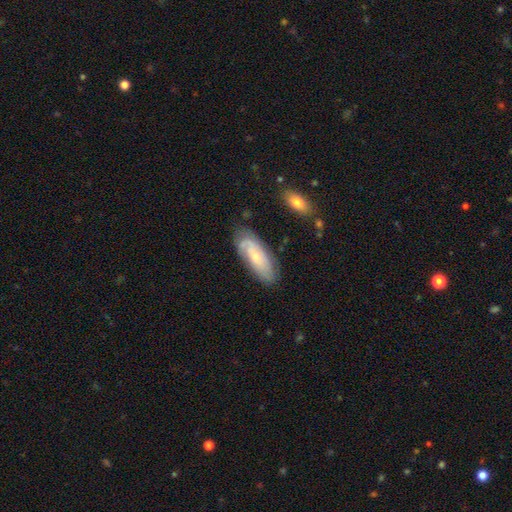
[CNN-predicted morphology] smooth-or-featured: featured or disk: 51% | smooth: 42% | star or artifact: 7%
  disk-edge-on: no: 85% | yes: 15%
  merging: none: 67% | minor disturbance: 23% | major disturbance: 7% | merger: 3%